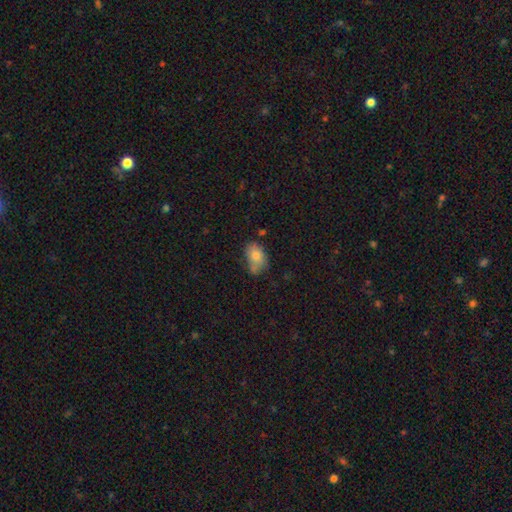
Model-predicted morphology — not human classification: This appears to be a smooth galaxy with no disk features (77%) that is in between round and cigar-shaped (82%). Merging: none (50%).